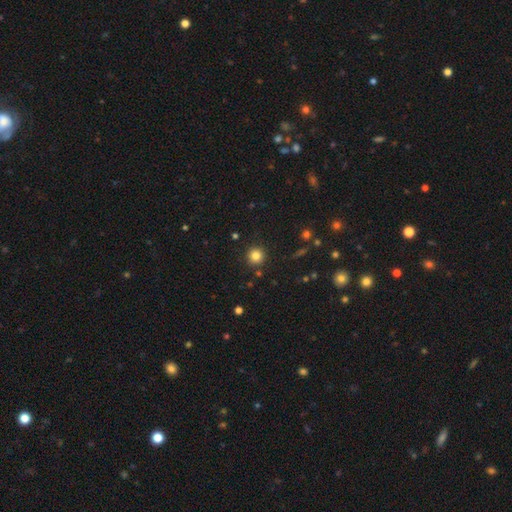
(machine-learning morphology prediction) smooth 82%, star or artifact 12%, featured or disk 5%. Down the decision tree: how rounded — round (95%); merging — none (90%).